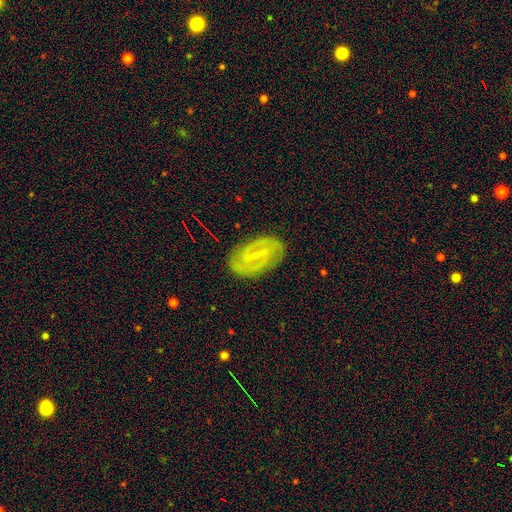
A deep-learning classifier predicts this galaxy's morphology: type=featured or disk (81%); edge-on=no (97%); bar=weak (45%); spiral arms=yes (95%); winding=tight (45%); arm count=2 (87%); bulge=small (56%); merging=none (84%).